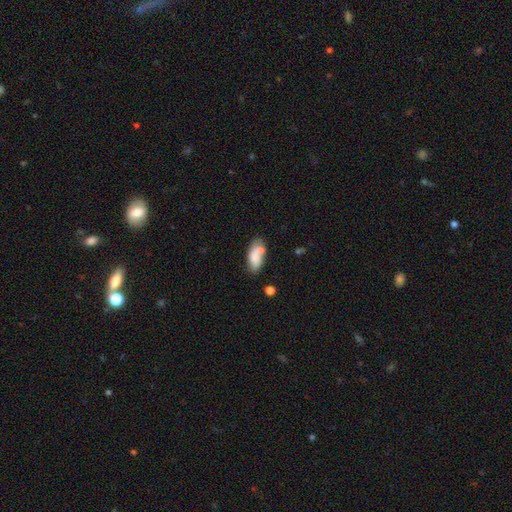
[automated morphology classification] smooth-or-featured: smooth: 71% | featured or disk: 21% | star or artifact: 8%
  how-rounded: in between: 89% | cigar-shaped: 8% | round: 3%
  merging: none: 49% | minor disturbance: 22% | merger: 20% | major disturbance: 8%